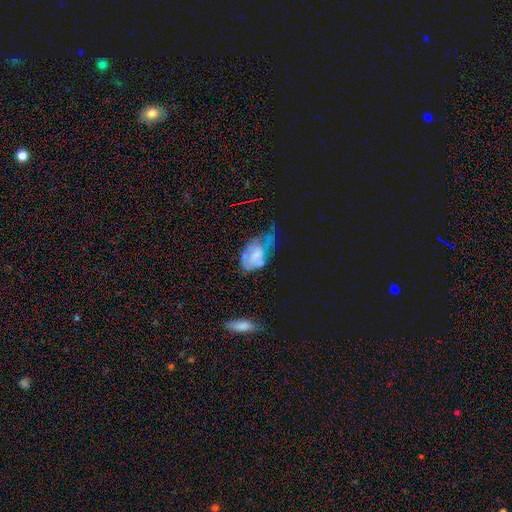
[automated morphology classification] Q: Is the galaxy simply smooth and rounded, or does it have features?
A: featured or disk — 46%.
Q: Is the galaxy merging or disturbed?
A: major disturbance — 44%.